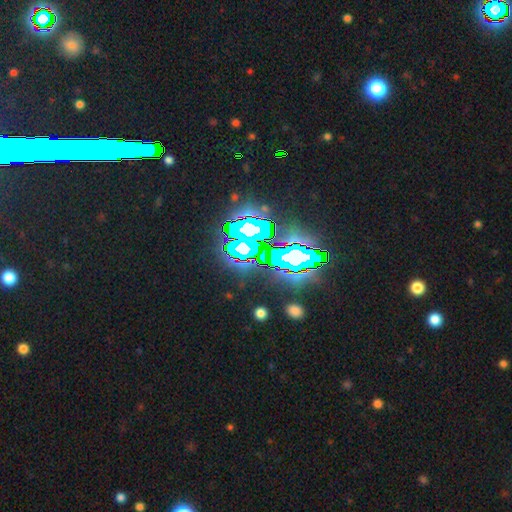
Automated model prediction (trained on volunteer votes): smooth_or_featured: star or artifact (p=0.84) [alt: smooth p=0.09]